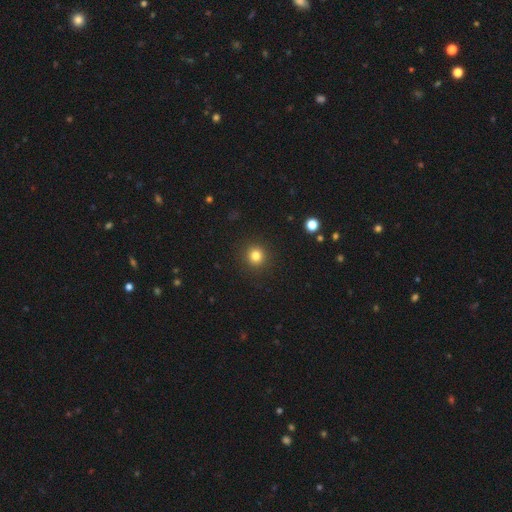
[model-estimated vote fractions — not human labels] Q: Smooth or featured?
A: smooth (82%); runner-up: star or artifact (13%)
Q: How rounded?
A: round (94%); runner-up: in between (5%)
Q: Merging?
A: none (92%); runner-up: minor disturbance (5%)